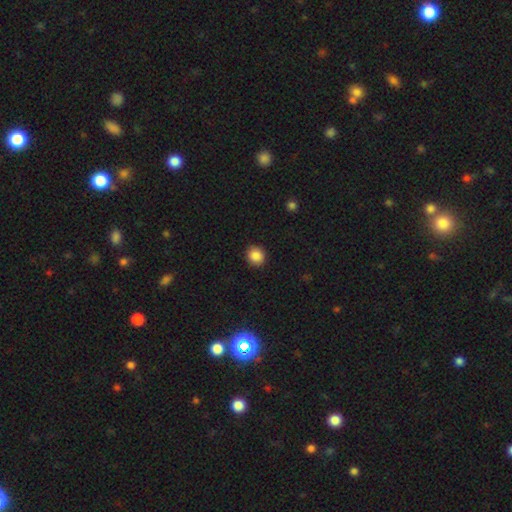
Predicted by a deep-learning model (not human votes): Smooth or featured?
  - smooth: 87% *
  - star or artifact: 9%
  - featured or disk: 4%
How rounded?
  - round: 84% *
  - in between: 15%
  - cigar-shaped: 1%
Merging?
  - none: 91% *
  - minor disturbance: 6%
  - major disturbance: 2%
  - merger: 1%